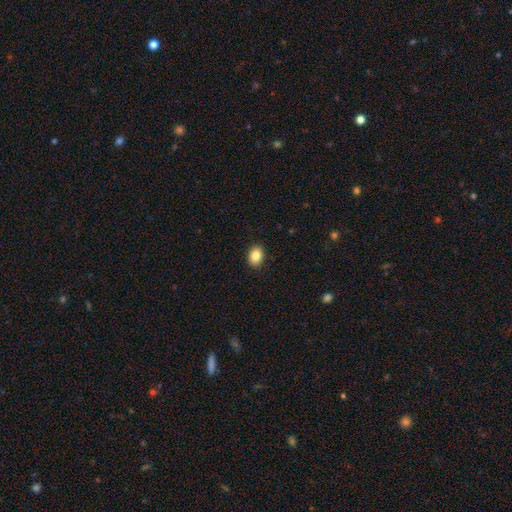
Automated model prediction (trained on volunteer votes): This is clearly a smooth galaxy (85%). How rounded: likely in between (72%). Merging: clearly none (90%).